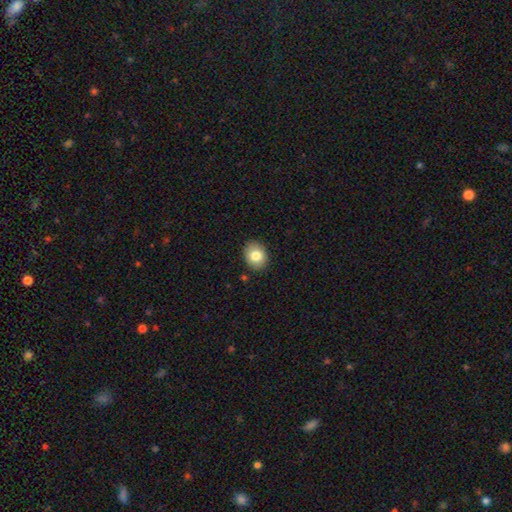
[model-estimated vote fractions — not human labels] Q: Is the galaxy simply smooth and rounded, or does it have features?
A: smooth — 81%.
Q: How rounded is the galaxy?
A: round — 57%.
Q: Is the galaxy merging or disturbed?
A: none — 88%.